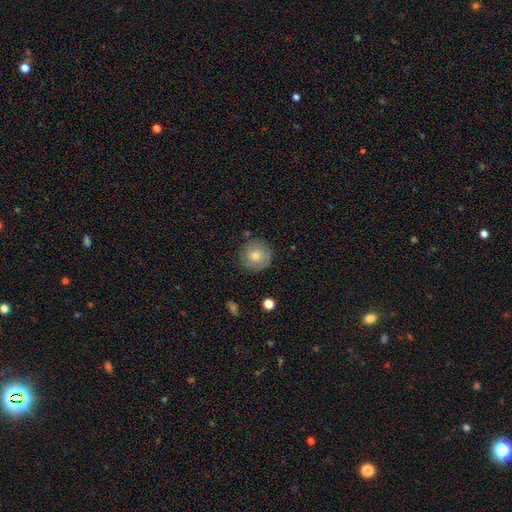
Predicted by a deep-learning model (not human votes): A smooth galaxy with no disk features (59%) that is round (94%). Merging: none (84%).